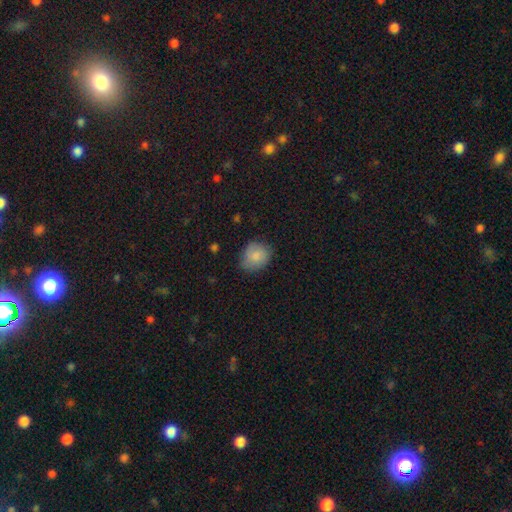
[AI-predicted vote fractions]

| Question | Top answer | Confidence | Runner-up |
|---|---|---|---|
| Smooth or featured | smooth | 83% | featured or disk (10%) |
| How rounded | round | 70% | in between (29%) |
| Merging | none | 69% | minor disturbance (25%) |